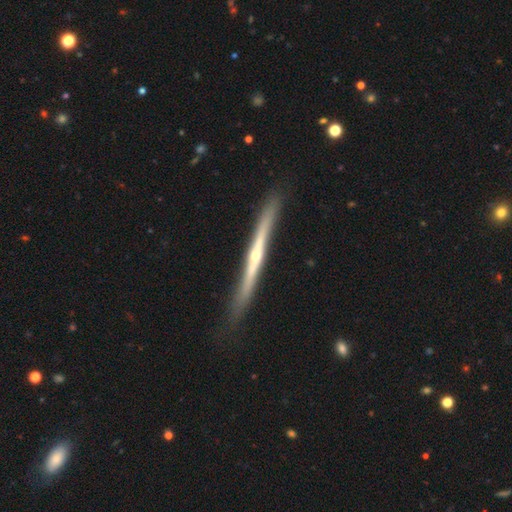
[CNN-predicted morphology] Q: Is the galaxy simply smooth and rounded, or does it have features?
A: featured or disk — 78%.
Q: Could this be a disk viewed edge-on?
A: yes — 97%.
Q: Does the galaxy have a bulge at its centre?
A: rounded — 75%.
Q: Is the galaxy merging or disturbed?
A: none — 85%.